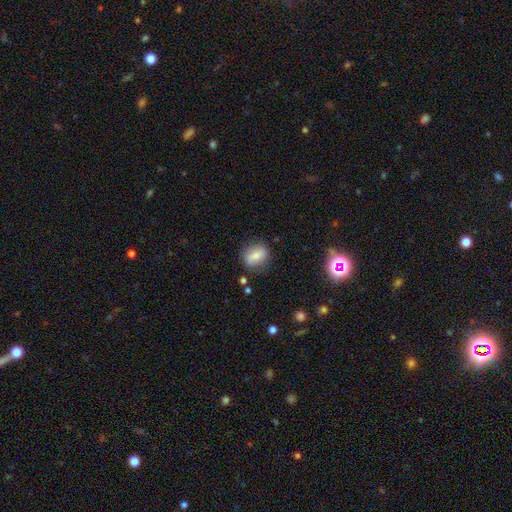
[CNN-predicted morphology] smooth-or-featured: smooth: 69% | featured or disk: 22% | star or artifact: 9%
  how-rounded: in between: 49% | round: 48% | cigar-shaped: 2%
  merging: none: 78% | minor disturbance: 15% | major disturbance: 4% | merger: 3%